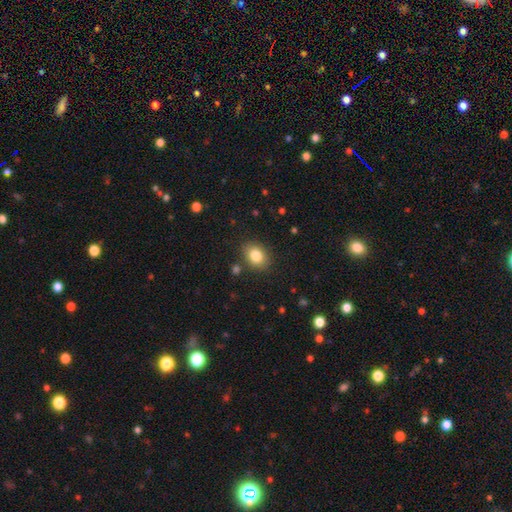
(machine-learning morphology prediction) A smooth galaxy with no disk features (82%) that is in between round and cigar-shaped (63%).

Vote fractions:
- Smooth or featured? smooth: 82% / star or artifact: 9% / featured or disk: 8%
- How rounded? in between: 63% / round: 36% / cigar-shaped: 1%
- Merging? none: 85% / minor disturbance: 10% / major disturbance: 3% / merger: 3%